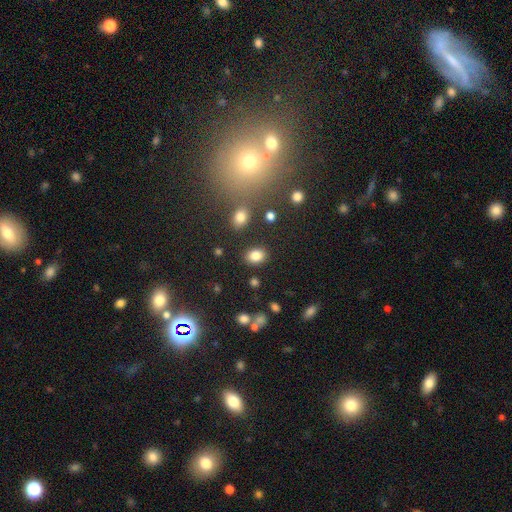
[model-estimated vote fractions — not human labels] Smooth or featured? smooth (84%)
How rounded? in between (69%)
Merging? none (83%)